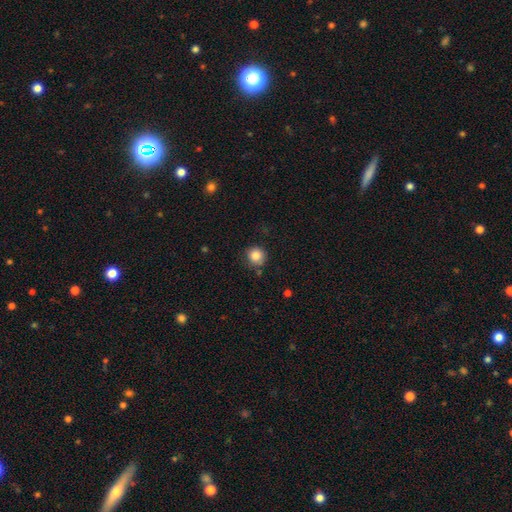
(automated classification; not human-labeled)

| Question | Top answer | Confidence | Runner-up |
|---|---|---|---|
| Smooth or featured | smooth | 83% | star or artifact (11%) |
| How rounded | round | 92% | in between (7%) |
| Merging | none | 80% | minor disturbance (14%) |